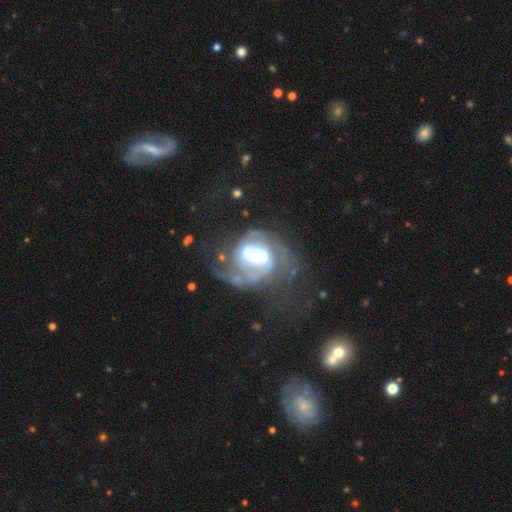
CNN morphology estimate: featured or disk 80%, smooth 13%, star or artifact 7%. Down the decision tree: edge-on disk — no (97%); bar — no (63%); spiral arms — yes (80%); spiral arm count — 2 (42%); spiral winding — tight (43%); bulge size — moderate (45%); merging — major disturbance (38%).